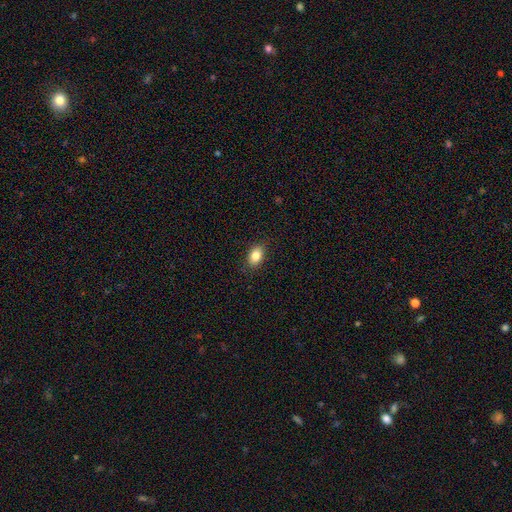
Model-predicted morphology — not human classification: smooth 84%, star or artifact 8%, featured or disk 7%. Down the decision tree: how rounded — in between (86%); merging — none (87%).